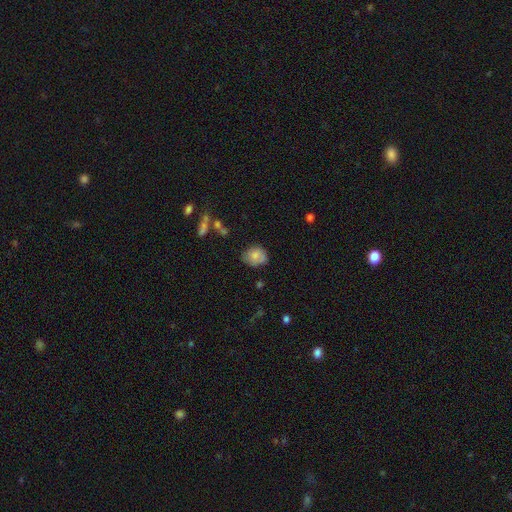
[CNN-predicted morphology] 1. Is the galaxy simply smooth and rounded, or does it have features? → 73% smooth, 18% featured or disk, 9% star or artifact.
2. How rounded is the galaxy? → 54% round, 45% in between, 1% cigar-shaped.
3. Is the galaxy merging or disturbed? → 60% none, 28% minor disturbance, 8% major disturbance, 4% merger.